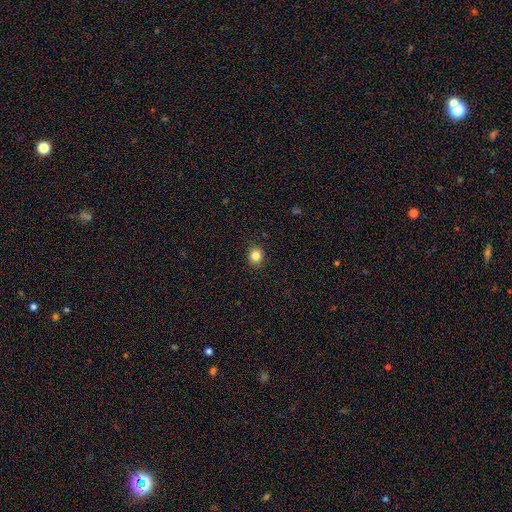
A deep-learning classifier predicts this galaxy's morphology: smooth 84%, star or artifact 11%, featured or disk 5%. Down the decision tree: how rounded — round (80%); merging — none (91%).